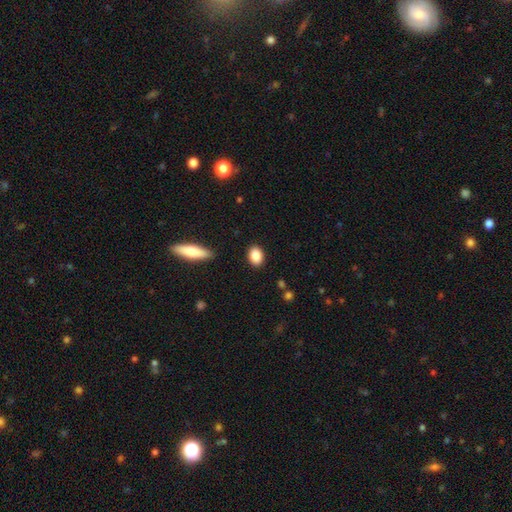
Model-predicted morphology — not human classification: Smooth or featured: smooth — 86% (star or artifact — 8%)
How rounded: in between — 74% (round — 24%)
Merging: none — 88% (minor disturbance — 9%)